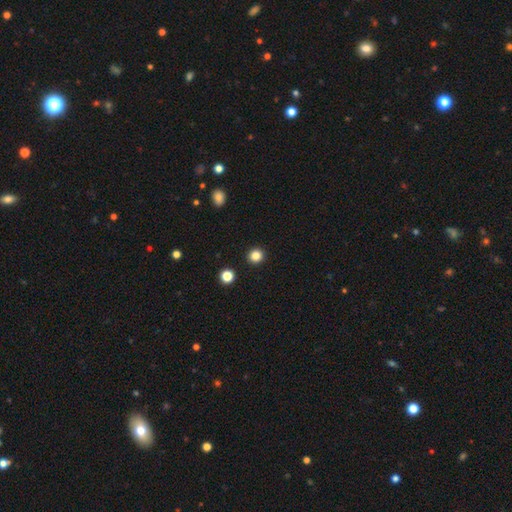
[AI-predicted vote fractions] Smooth or featured? smooth (84%)
How rounded? round (92%)
Merging? none (93%)